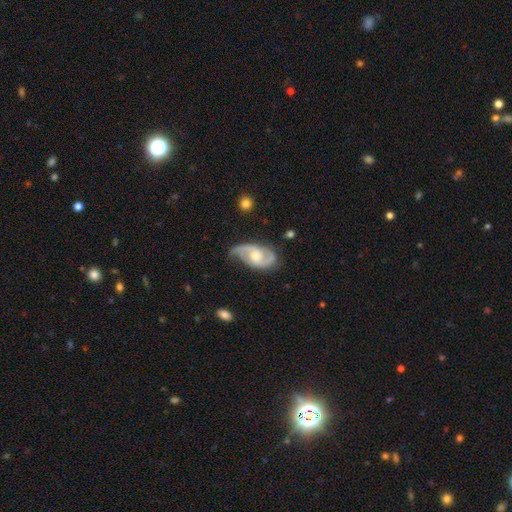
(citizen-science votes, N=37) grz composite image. It shows a featured or disk galaxy (86%) with no bar (55%), 2 (77%) tight (54%) spiral arms (90%) and a moderate central bulge (72%). Merging: none (44%).